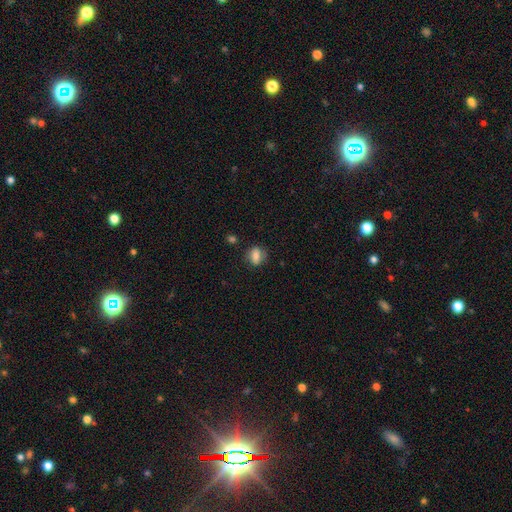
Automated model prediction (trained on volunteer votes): Overall: smooth (72%). How rounded: in between (57%; round 39%). Merging: none (77%).